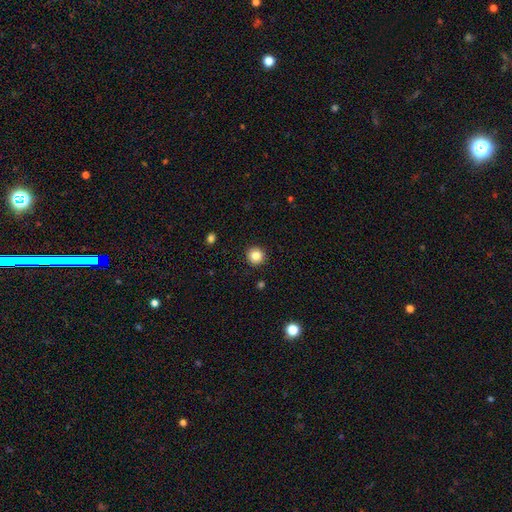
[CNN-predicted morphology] Smooth or featured? Predicted: smooth (p=0.84). How rounded? Predicted: round (p=0.95). Merging? Predicted: none (p=0.92).